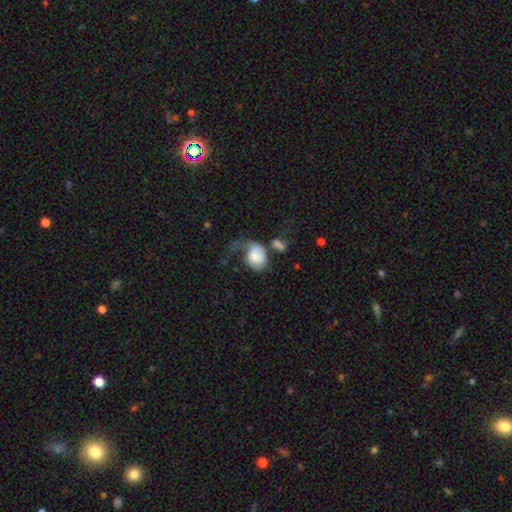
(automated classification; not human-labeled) Smooth or featured? smooth (57%)
How rounded? in between (53%)
Merging? major disturbance (48%)